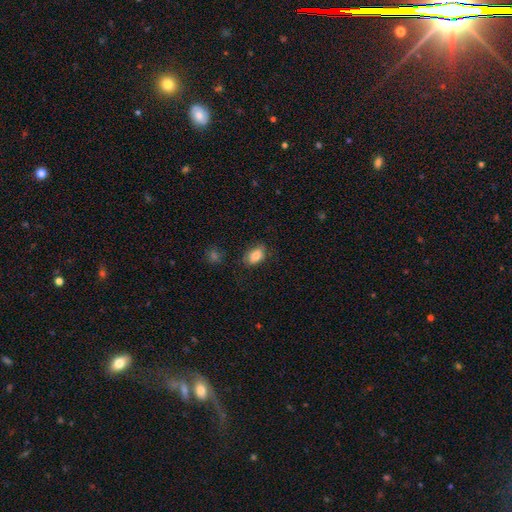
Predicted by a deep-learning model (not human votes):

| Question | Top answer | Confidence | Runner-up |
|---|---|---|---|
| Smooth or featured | smooth | 84% | star or artifact (8%) |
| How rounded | in between | 86% | round (12%) |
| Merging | none | 74% | minor disturbance (19%) |